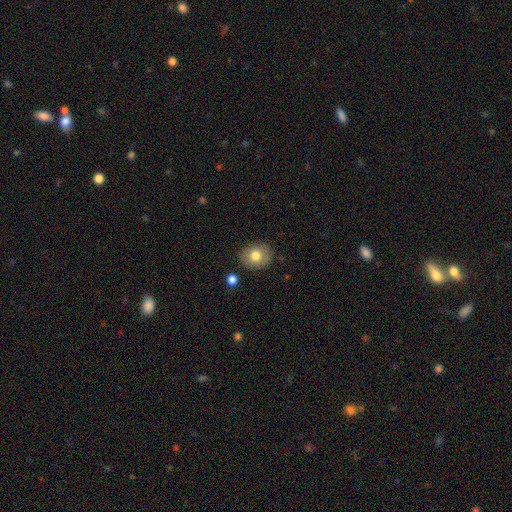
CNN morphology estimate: Smooth or featured: smooth — 74% (featured or disk — 18%)
How rounded: round — 60% (in between — 39%)
Merging: none — 85% (minor disturbance — 11%)